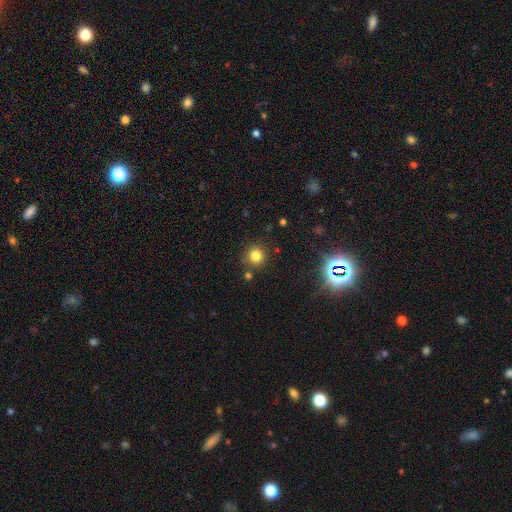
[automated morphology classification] Smooth or featured? smooth (80%)
How rounded? round (93%)
Merging? none (84%)